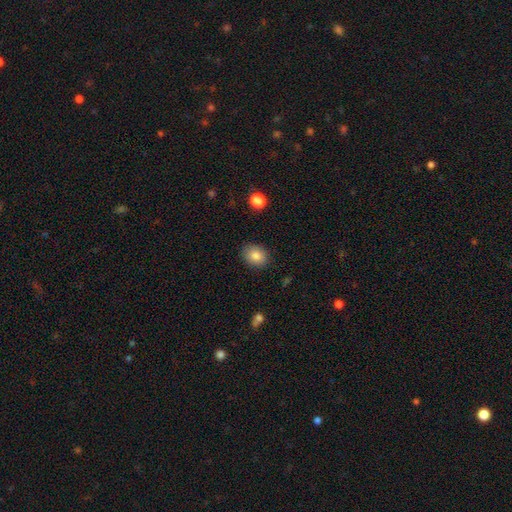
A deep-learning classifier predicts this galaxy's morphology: A smooth galaxy with no disk features (84%) that is in between round and cigar-shaped (51%).

Vote fractions:
- Smooth or featured? smooth: 84% / star or artifact: 9% / featured or disk: 7%
- How rounded? in between: 51% / round: 48% / cigar-shaped: 1%
- Merging? none: 87% / minor disturbance: 9% / major disturbance: 2% / merger: 1%